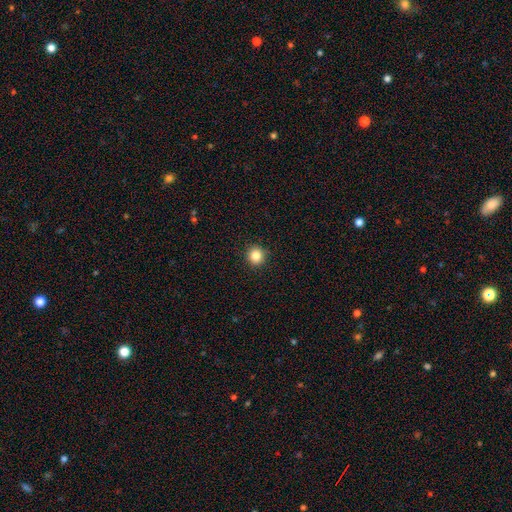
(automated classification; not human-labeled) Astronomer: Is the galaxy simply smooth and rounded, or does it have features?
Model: smooth — 85%.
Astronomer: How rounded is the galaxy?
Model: round — 93%.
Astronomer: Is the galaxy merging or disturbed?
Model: none — 92%.